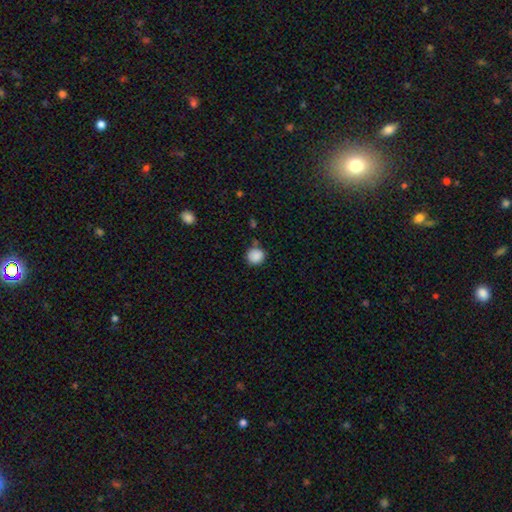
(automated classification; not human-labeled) smooth_or_featured: smooth (p=0.88) [alt: star or artifact p=0.09]
how_rounded: round (p=0.89) [alt: in between p=0.10]
merging: none (p=0.76) [alt: minor disturbance p=0.15]